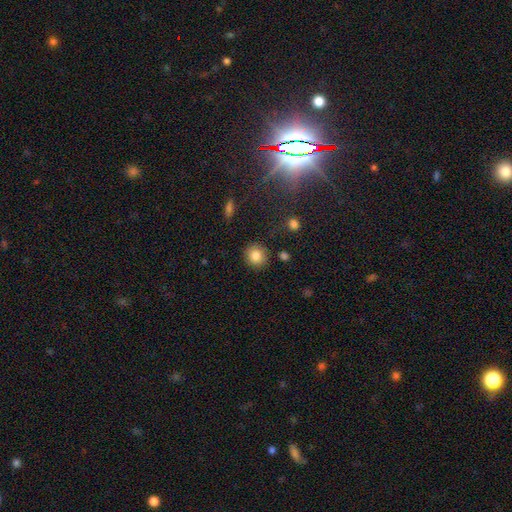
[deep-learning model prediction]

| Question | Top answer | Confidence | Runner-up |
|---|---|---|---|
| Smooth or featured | smooth | 84% | star or artifact (10%) |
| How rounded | round | 87% | in between (12%) |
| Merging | none | 87% | minor disturbance (8%) |